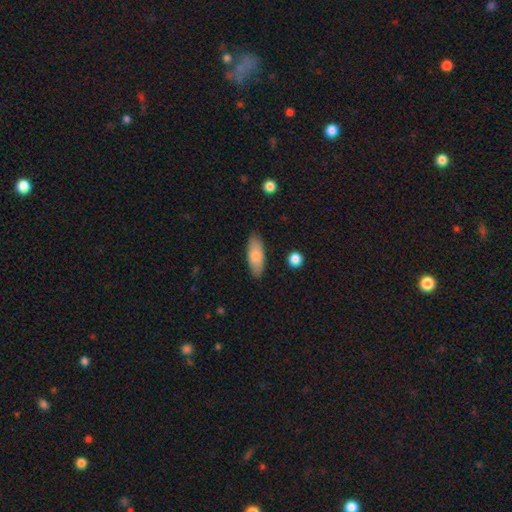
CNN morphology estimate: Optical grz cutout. It shows a smooth galaxy with no disk features (81%) that is in between round and cigar-shaped (74%). Merging: none (85%).